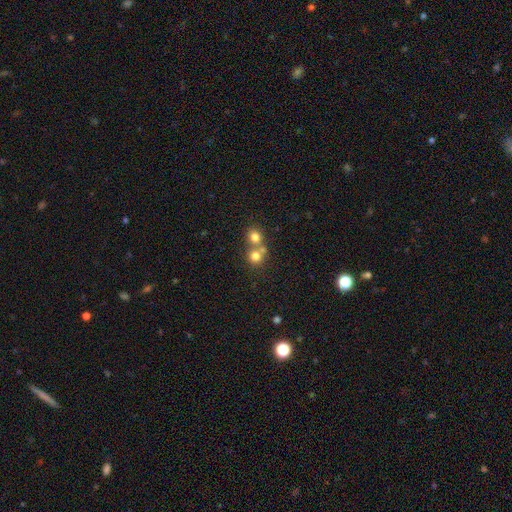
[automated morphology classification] type=smooth (75%); roundness=round (86%); merging=merger (51%).